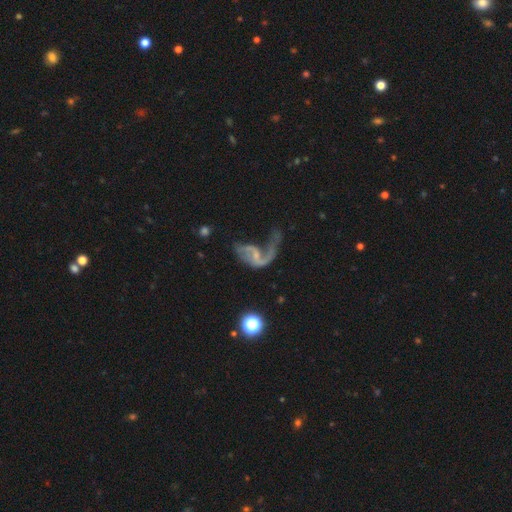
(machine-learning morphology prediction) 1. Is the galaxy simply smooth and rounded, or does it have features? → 80% featured or disk, 11% smooth, 8% star or artifact.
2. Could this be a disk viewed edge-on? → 97% no, 3% yes.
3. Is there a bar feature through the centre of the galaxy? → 42% no, 41% weak, 16% strong.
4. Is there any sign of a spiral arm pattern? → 84% yes, 16% no.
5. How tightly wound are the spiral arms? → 77% loose, 18% medium, 5% tight.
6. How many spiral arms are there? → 56% 2, 37% 1, 4% can't tell, 1% 3, 1% 4, 1% more than 4.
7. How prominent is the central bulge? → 53% small, 32% none, 13% moderate, 2% large, 1% dominant.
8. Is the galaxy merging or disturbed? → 51% major disturbance, 25% none, 15% minor disturbance, 9% merger.